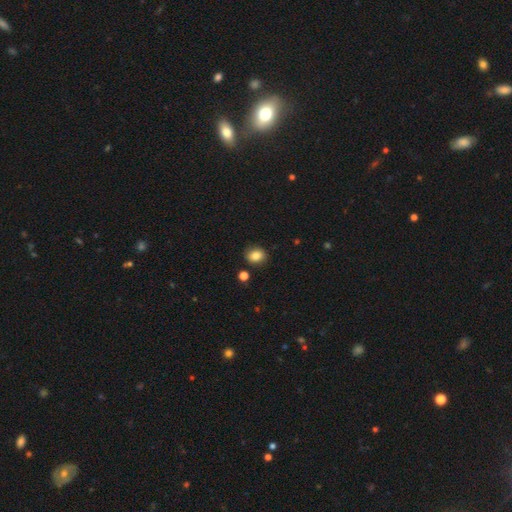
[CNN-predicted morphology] Q: Smooth or featured?
A: smooth (84%); runner-up: star or artifact (10%)
Q: How rounded?
A: round (59%); runner-up: in between (40%)
Q: Merging?
A: none (85%); runner-up: minor disturbance (10%)